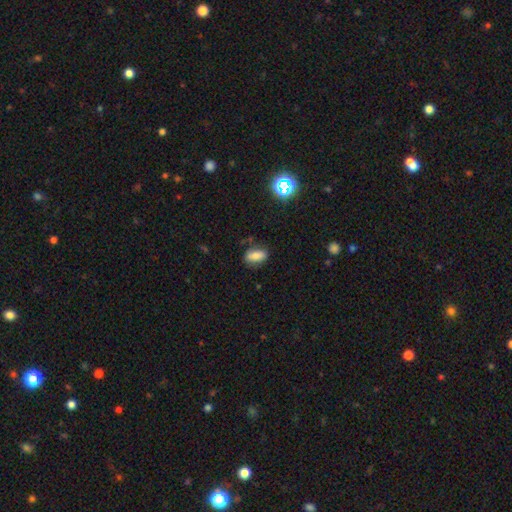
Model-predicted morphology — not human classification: smooth_or_featured: smooth (p=0.76) [alt: star or artifact p=0.12]
how_rounded: in between (p=0.87) [alt: round p=0.07]
merging: none (p=0.75) [alt: minor disturbance p=0.17]